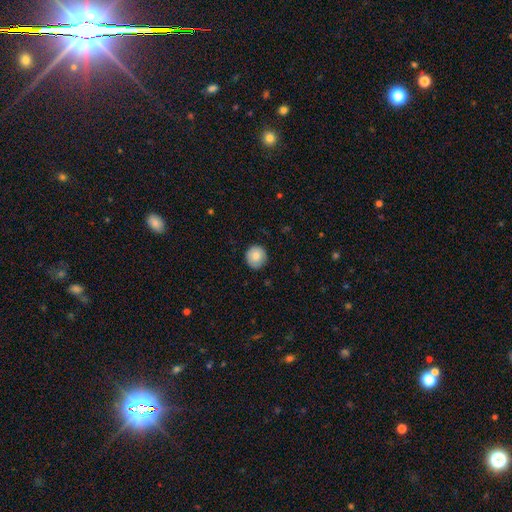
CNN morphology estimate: A smooth galaxy with no disk features (83%) that is round (92%).

Vote fractions:
- Smooth or featured? smooth: 83% / featured or disk: 10% / star or artifact: 7%
- How rounded? round: 92% / in between: 7% / cigar-shaped: 1%
- Merging? none: 87% / minor disturbance: 10% / major disturbance: 2% / merger: 1%